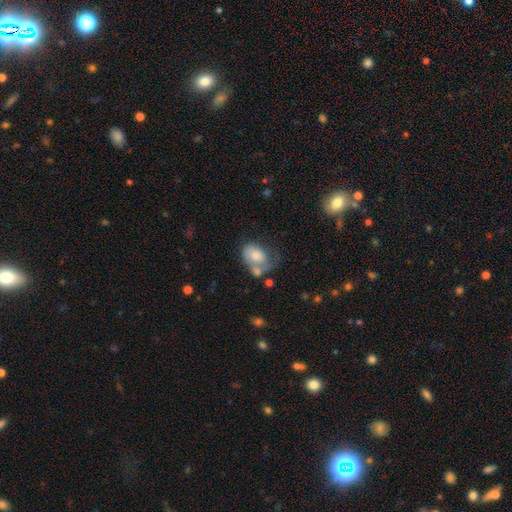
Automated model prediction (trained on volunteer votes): Morphology: type=smooth (65%); roundness=in between (76%); merging=major disturbance (26%, tied with none and merger).